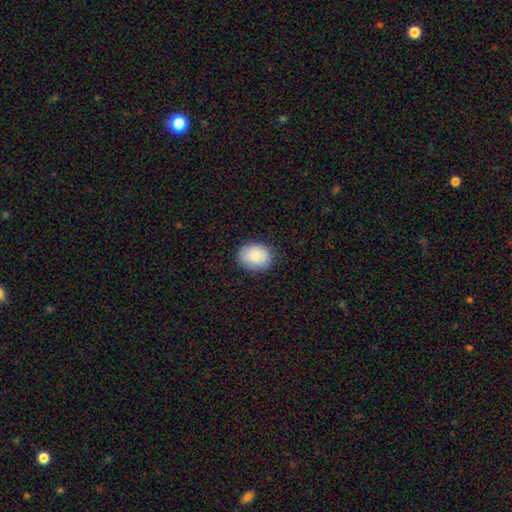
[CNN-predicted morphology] smooth_or_featured: smooth (p=0.87) [alt: star or artifact p=0.07]
how_rounded: in between (p=0.52) [alt: round p=0.47]
merging: none (p=0.86) [alt: minor disturbance p=0.11]